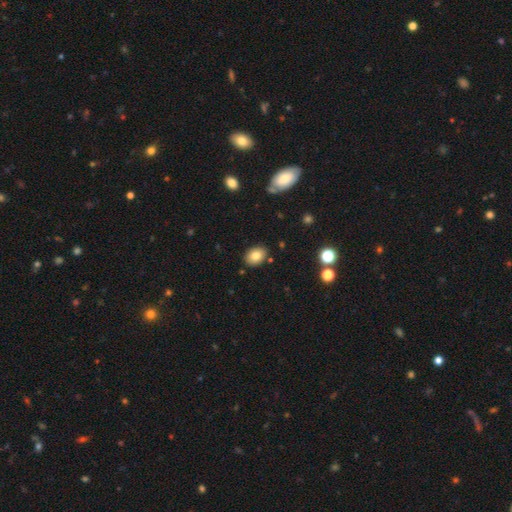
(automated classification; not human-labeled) smooth 82%, featured or disk 9%, star or artifact 9%. Down the decision tree: how rounded — in between (71%); merging — none (87%).